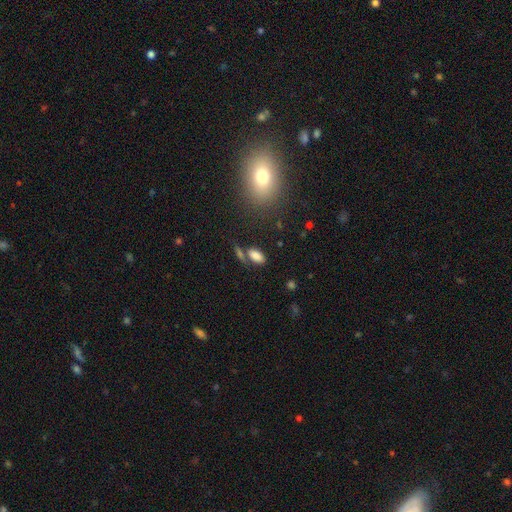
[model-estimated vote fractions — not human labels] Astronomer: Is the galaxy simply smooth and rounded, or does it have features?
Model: smooth — 82%.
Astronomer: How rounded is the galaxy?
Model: in between — 89%.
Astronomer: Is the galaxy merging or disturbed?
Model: none — 61%.